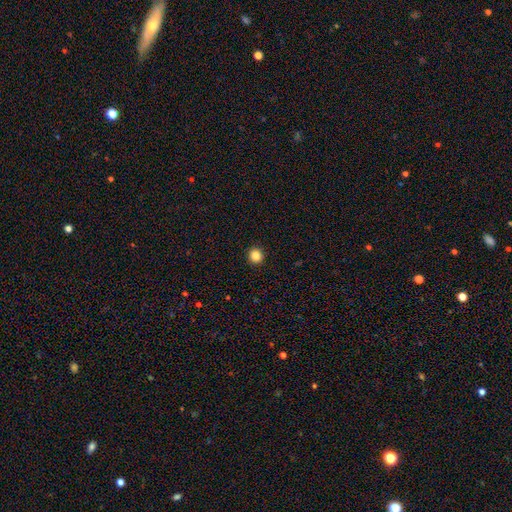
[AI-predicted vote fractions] Overall: smooth (85%). How rounded: round (92%). Merging: none (93%).